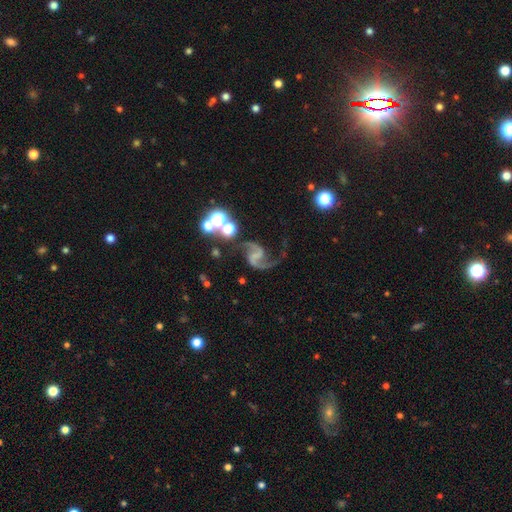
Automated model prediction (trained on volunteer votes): The model was most divided on "bar": weak: 41%, no: 34%, strong: 25%. More confident: edge-on disk — no (98%); spiral arms — yes (97%); spiral arm count — 2 (93%); smooth or featured — featured or disk (87%); spiral winding — loose (67%); merging — none (67%); bulge size — none (65%).